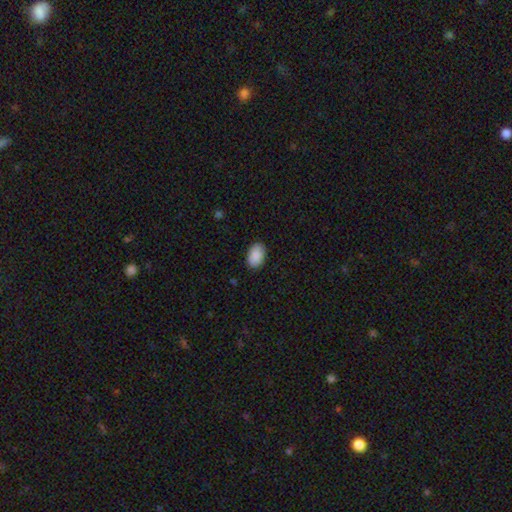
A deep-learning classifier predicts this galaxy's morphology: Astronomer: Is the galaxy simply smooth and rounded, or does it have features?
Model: smooth — 91%.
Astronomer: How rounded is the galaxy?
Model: in between — 92%.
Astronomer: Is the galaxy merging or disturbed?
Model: none — 88%.